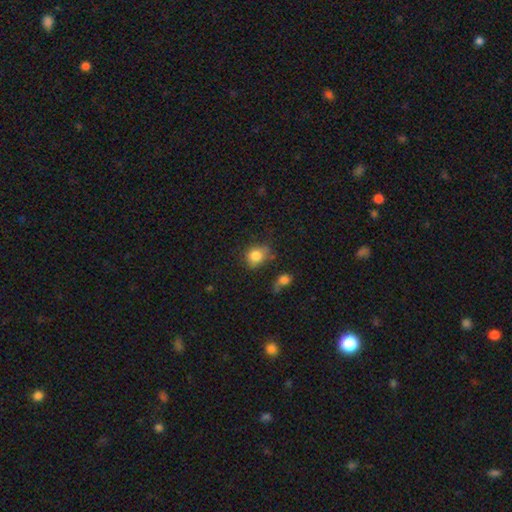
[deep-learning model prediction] Q: Smooth or featured?
A: smooth (82%); runner-up: star or artifact (10%)
Q: How rounded?
A: round (60%); runner-up: in between (39%)
Q: Merging?
A: none (55%); runner-up: minor disturbance (27%)